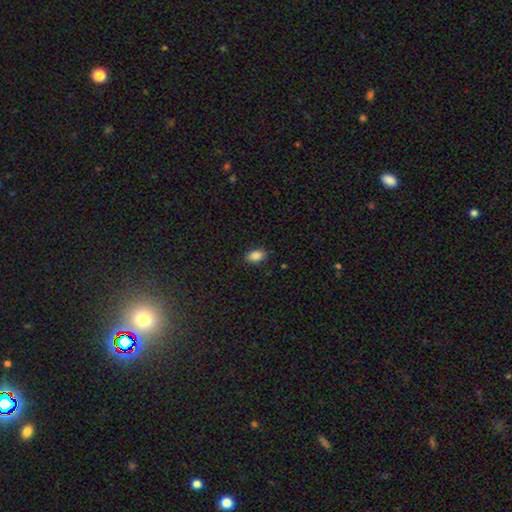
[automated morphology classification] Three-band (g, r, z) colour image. It shows a smooth galaxy with no disk features (87%) that is in between round and cigar-shaped (91%). Merging: none (87%).